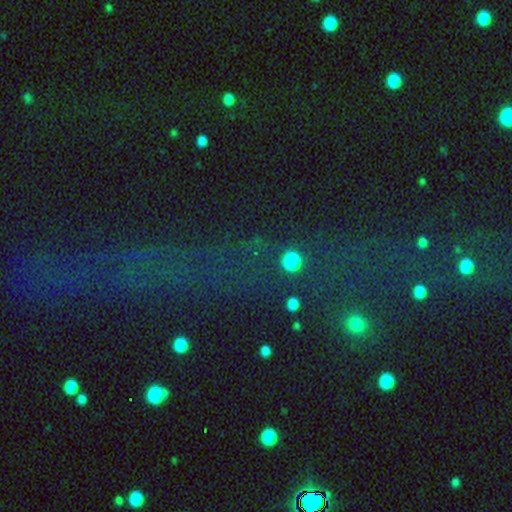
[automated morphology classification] type=star or artifact (69%).